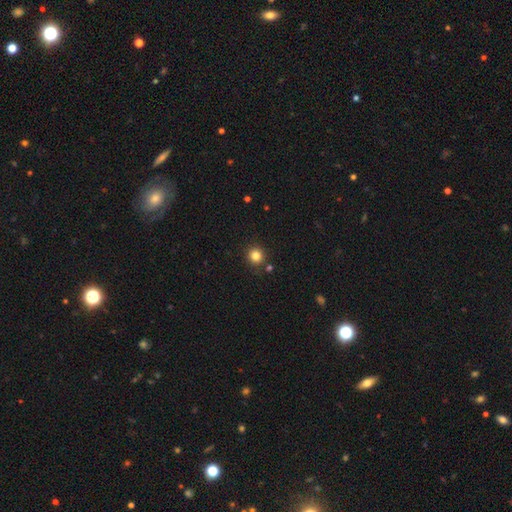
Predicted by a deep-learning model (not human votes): This appears to be a smooth galaxy with no disk features (82%) that is round (93%). Merging: none (88%).